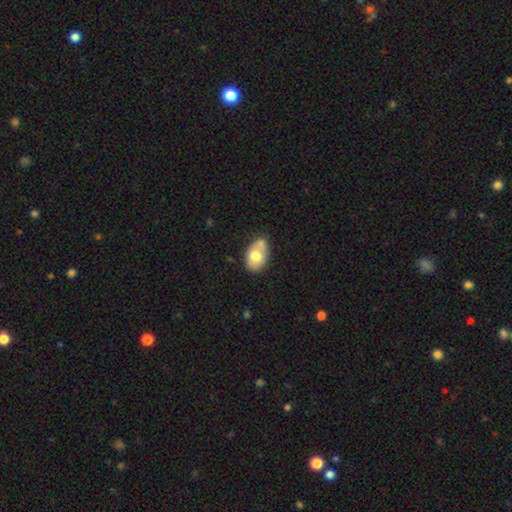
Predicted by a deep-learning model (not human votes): smooth 70%, featured or disk 22%, star or artifact 8%. Down the decision tree: how rounded — in between (83%); merging — none (48%).